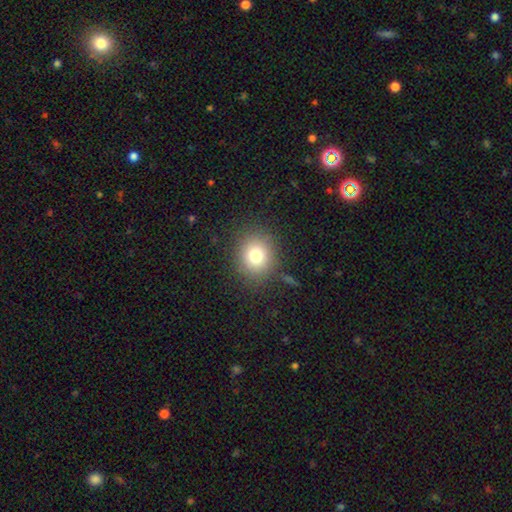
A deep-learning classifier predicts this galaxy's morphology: This appears to be a smooth galaxy with no disk features (76%) that is round (80%). Merging: none (86%).